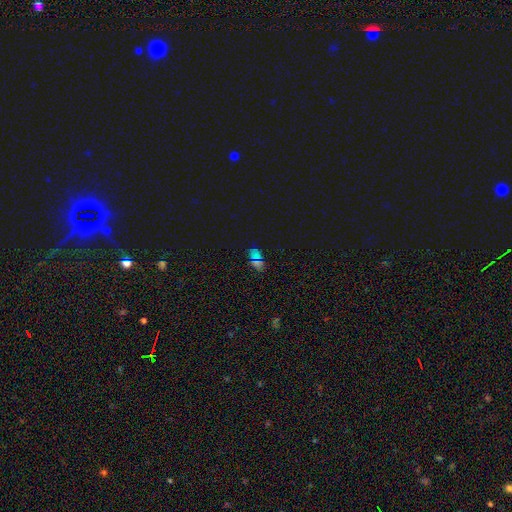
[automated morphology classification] The model was most divided on "smooth or featured": smooth: 50%, star or artifact: 43%, featured or disk: 8%. More confident: merging — none (77%).